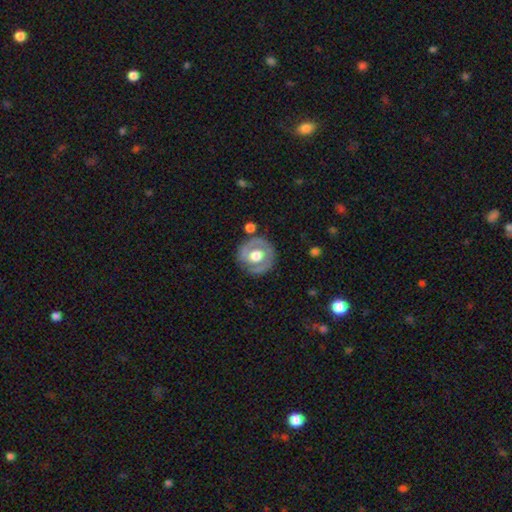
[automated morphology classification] smooth_or_featured: featured or disk (p=0.68) [alt: smooth p=0.27]
disk_edge_on: no (p=0.96) [alt: yes p=0.04]
bar: no (p=0.65) [alt: weak p=0.27]
has_spiral_arms: yes (p=0.62) [alt: no p=0.38]
bulge_size: moderate (p=0.46) [tied with: large p=0.46]
merging: none (p=0.79) [alt: minor disturbance p=0.13]